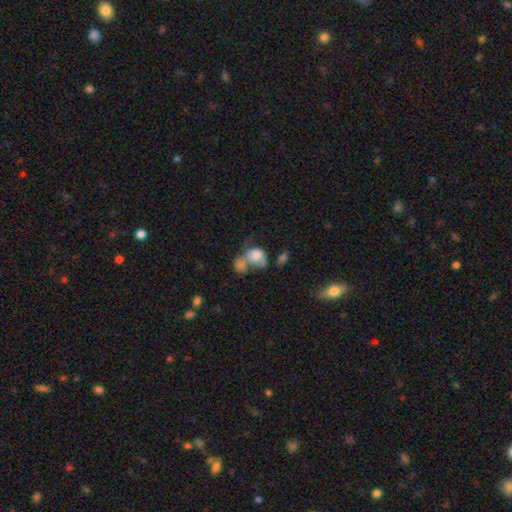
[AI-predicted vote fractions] Q: Smooth or featured?
A: smooth (68%); runner-up: featured or disk (23%)
Q: How rounded?
A: in between (54%); runner-up: round (45%)
Q: Merging?
A: merger (60%); runner-up: major disturbance (16%)